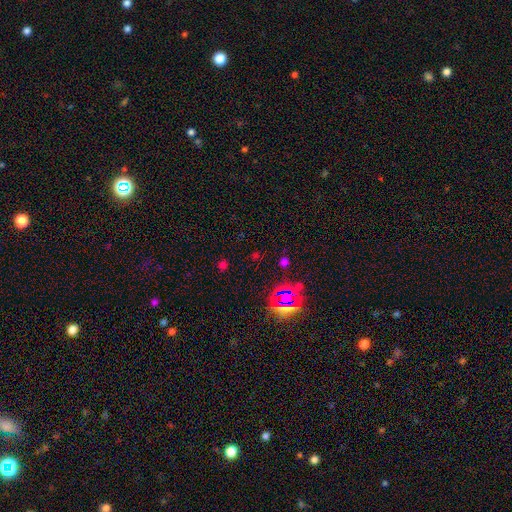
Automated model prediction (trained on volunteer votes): A star or artifact, not a galaxy (64%).